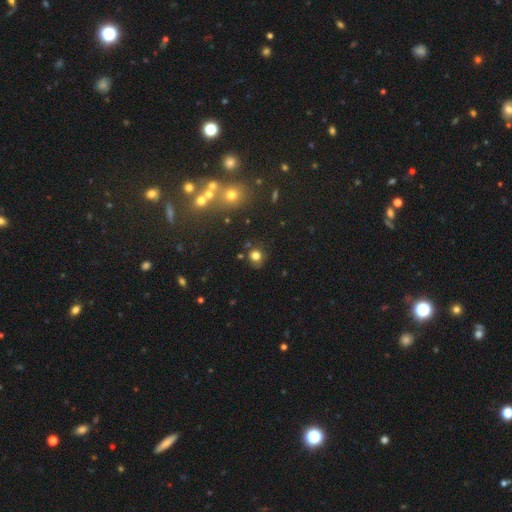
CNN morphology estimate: A smooth galaxy with no disk features (77%) that is round (83%). Merging: none (78%).